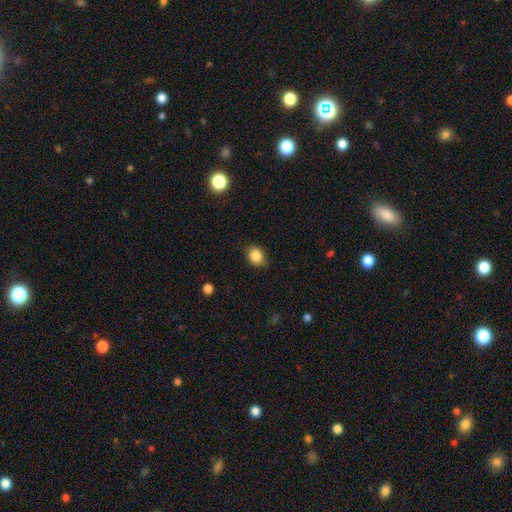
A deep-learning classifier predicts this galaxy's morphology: Q: Smooth or featured?
A: smooth (85%); runner-up: star or artifact (10%)
Q: How rounded?
A: round (55%); runner-up: in between (44%)
Q: Merging?
A: none (80%); runner-up: minor disturbance (16%)